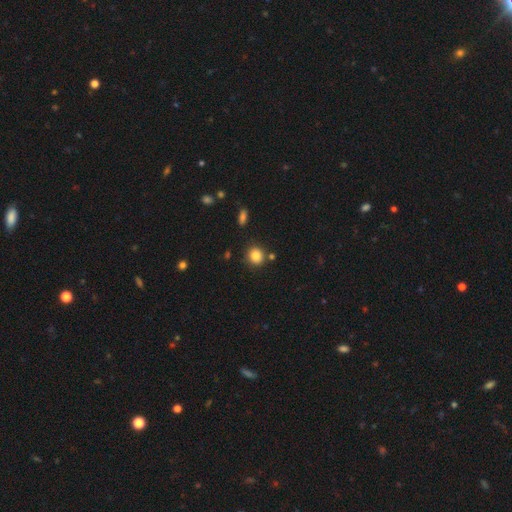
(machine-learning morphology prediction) A smooth galaxy with no disk features (84%) that is round (83%). Merging: none (82%).